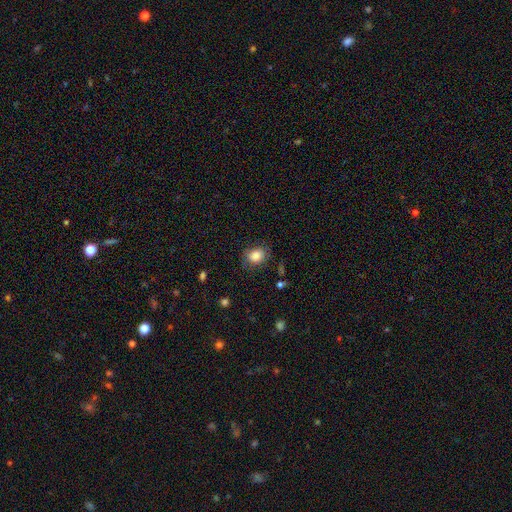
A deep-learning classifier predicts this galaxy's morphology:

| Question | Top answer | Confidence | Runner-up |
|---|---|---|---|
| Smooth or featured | smooth | 84% | star or artifact (8%) |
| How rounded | in between | 52% | round (47%) |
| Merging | none | 74% | minor disturbance (19%) |